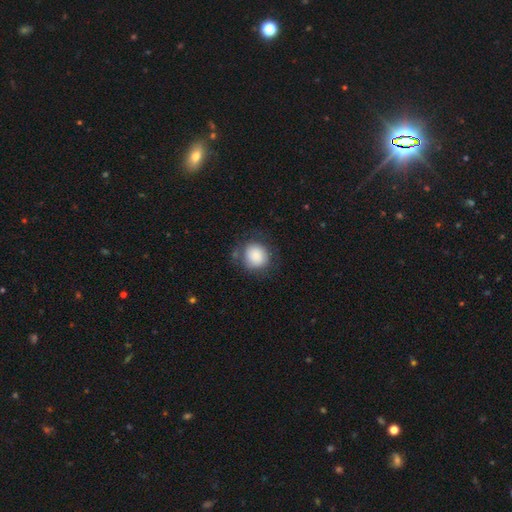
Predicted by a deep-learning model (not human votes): smooth 85%, star or artifact 8%, featured or disk 8%. Down the decision tree: how rounded — round (84%); merging — none (73%).